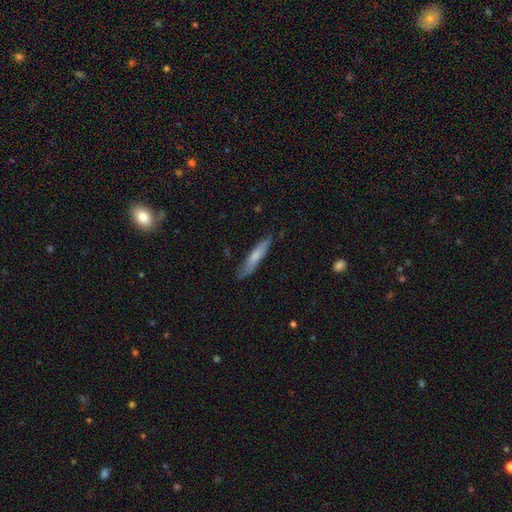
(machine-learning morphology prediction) type=smooth (67%); roundness=cigar-shaped (87%); merging=none (78%).